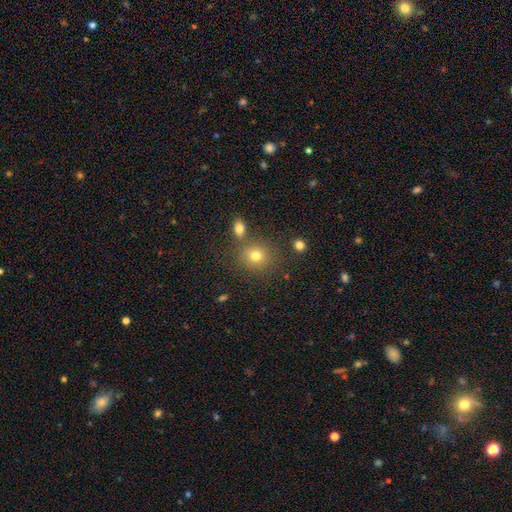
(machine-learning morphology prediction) The model was most divided on "merging": none: 73%, merger: 13%, minor disturbance: 10%, major disturbance: 4%. More confident: how rounded — round (81%); smooth or featured — smooth (77%).